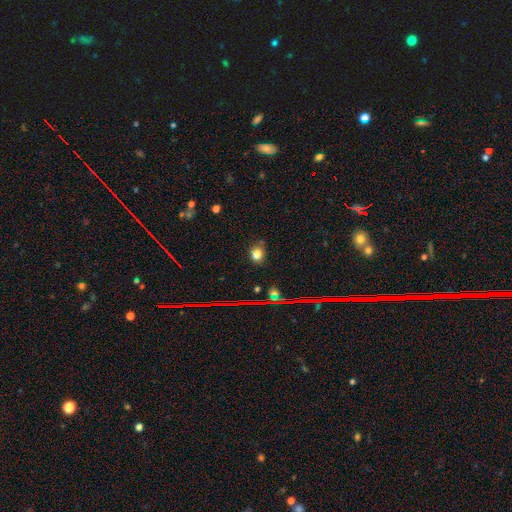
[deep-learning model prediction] Smooth or featured? Predicted: smooth (p=0.78). How rounded? Predicted: round (p=0.58). Merging? Predicted: none (p=0.76).